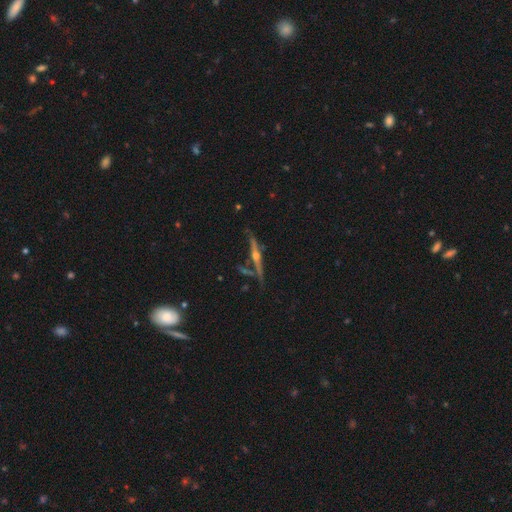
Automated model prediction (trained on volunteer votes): A featured or disk galaxy (83%) viewed edge-on (97%) with a rounded central bulge (93%). Merging: none (74%).